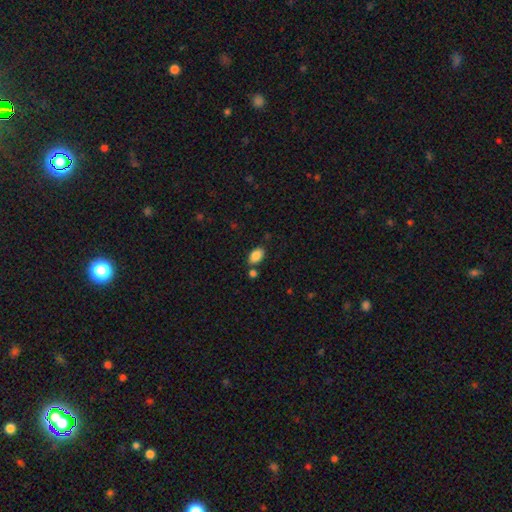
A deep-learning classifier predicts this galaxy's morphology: This appears to be a smooth galaxy with no disk features (87%) that is in between round and cigar-shaped (91%). Merging: none (74%).